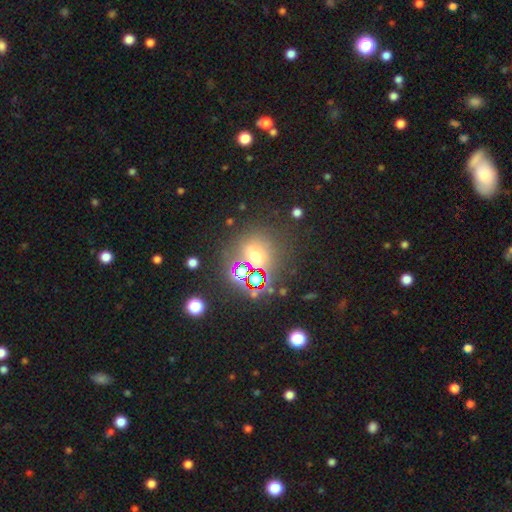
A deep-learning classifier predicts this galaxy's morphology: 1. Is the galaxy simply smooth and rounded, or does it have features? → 49% smooth, 40% star or artifact, 11% featured or disk.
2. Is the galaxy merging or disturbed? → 72% none, 12% minor disturbance, 9% merger, 7% major disturbance.